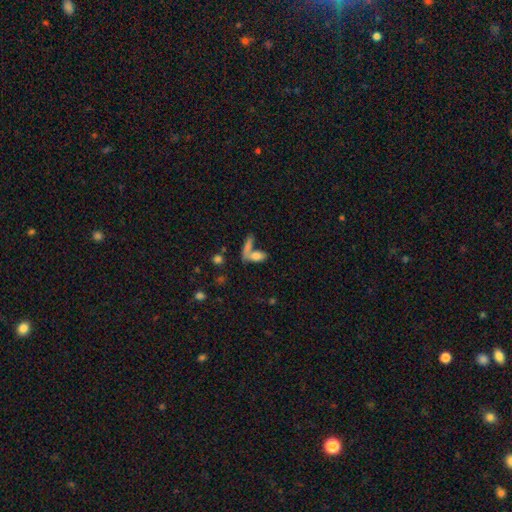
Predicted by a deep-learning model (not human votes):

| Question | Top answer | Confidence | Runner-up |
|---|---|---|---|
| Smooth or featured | smooth | 75% | featured or disk (15%) |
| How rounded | in between | 75% | cigar-shaped (18%) |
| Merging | merger | 45% | none (38%) |